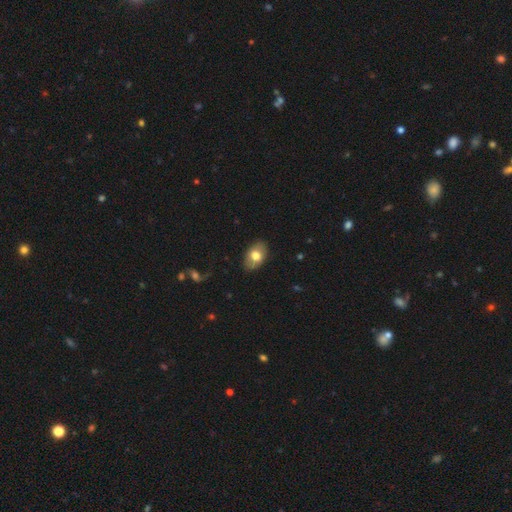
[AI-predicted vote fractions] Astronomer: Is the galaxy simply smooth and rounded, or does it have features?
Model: smooth — 73%.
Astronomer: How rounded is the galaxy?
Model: in between — 88%.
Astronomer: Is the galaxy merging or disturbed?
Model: none — 84%.